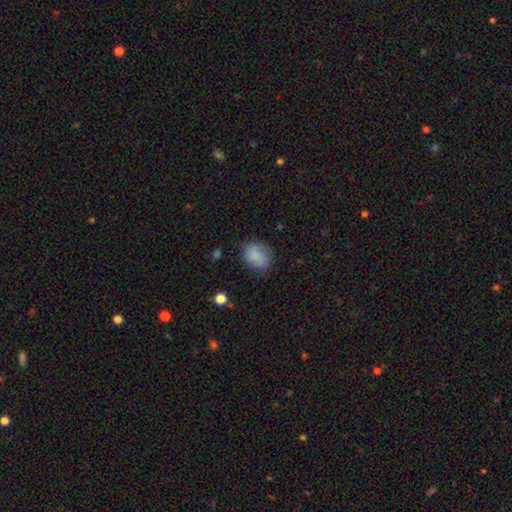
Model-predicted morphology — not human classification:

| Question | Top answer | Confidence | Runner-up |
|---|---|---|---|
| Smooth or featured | smooth | 80% | featured or disk (11%) |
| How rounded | round | 52% | in between (47%) |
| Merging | none | 70% | minor disturbance (22%) |